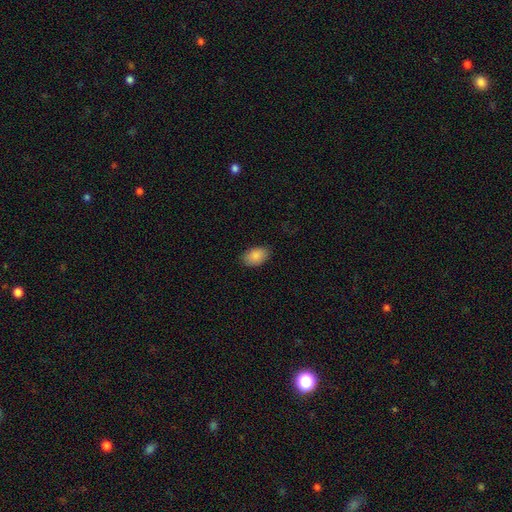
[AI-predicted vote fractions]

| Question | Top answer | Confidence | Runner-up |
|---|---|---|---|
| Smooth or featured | smooth | 88% | star or artifact (7%) |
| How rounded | in between | 91% | round (8%) |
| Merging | none | 85% | minor disturbance (12%) |